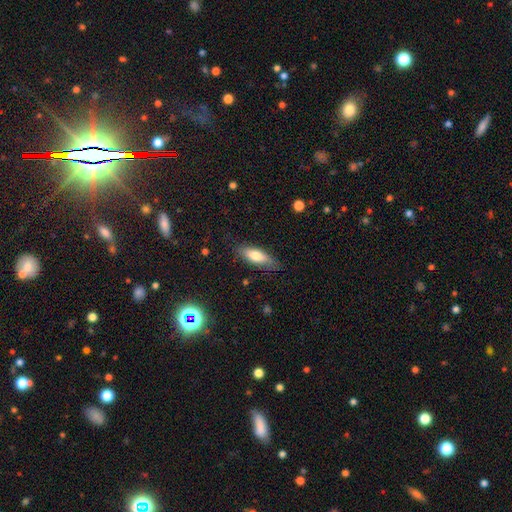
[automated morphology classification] Q: Smooth or featured?
A: smooth (73%); runner-up: featured or disk (20%)
Q: How rounded?
A: in between (62%); runner-up: cigar-shaped (36%)
Q: Merging?
A: none (79%); runner-up: minor disturbance (16%)